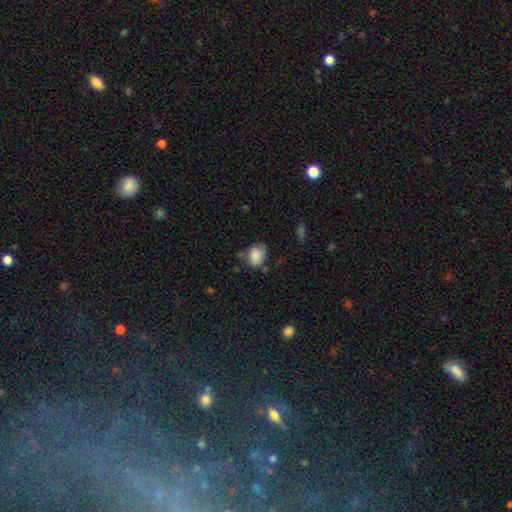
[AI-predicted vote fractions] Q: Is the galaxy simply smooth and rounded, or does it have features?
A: smooth — 83%.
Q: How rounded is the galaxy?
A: in between — 62%.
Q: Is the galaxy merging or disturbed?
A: none — 54%.